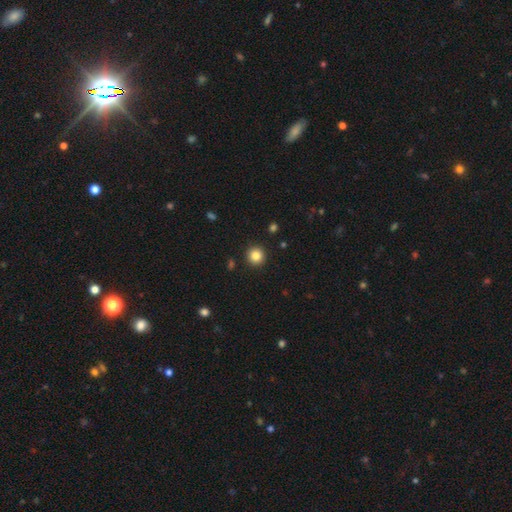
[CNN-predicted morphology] Smooth or featured? Predicted: smooth (p=0.84). How rounded? Predicted: round (p=0.95). Merging? Predicted: none (p=0.93).